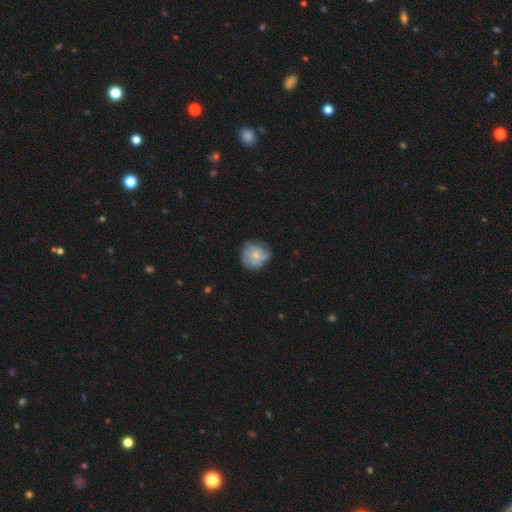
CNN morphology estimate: smooth_or_featured: featured or disk (p=0.50) [alt: smooth p=0.43]
merging: none (p=0.63) [alt: minor disturbance p=0.26]